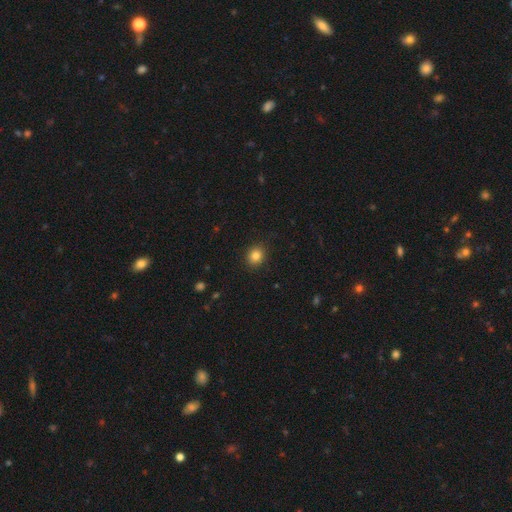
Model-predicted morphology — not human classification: smooth_or_featured: smooth (p=0.84) [alt: star or artifact p=0.11]
how_rounded: round (p=0.70) [alt: in between p=0.29]
merging: none (p=0.90) [alt: minor disturbance p=0.07]